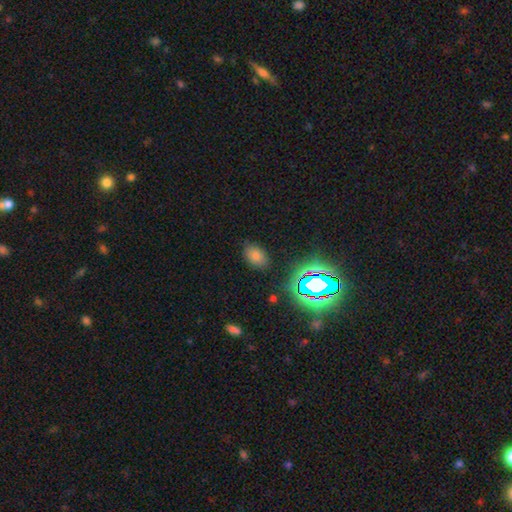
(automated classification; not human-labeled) A smooth galaxy with no disk features (62%) that is in between round and cigar-shaped (82%).

Vote fractions:
- Smooth or featured? smooth: 62% / star or artifact: 29% / featured or disk: 9%
- How rounded? in between: 82% / round: 16% / cigar-shaped: 1%
- Merging? none: 85% / minor disturbance: 10% / major disturbance: 3% / merger: 2%